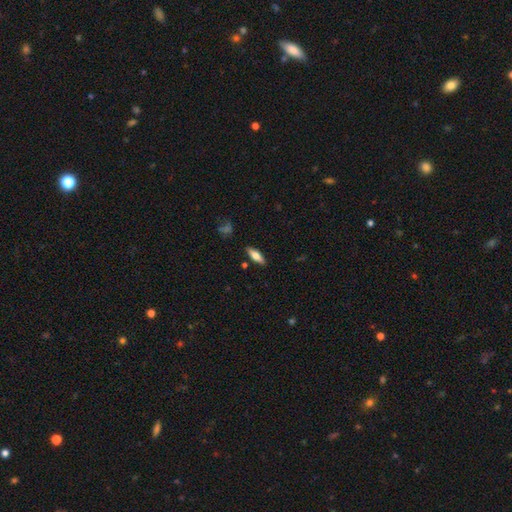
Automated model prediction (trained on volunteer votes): Smooth or featured?
  - smooth: 59% *
  - featured or disk: 34%
  - star or artifact: 6%
How rounded?
  - in between: 53% *
  - cigar-shaped: 45%
  - round: 2%
Merging?
  - none: 88% *
  - minor disturbance: 9%
  - major disturbance: 2%
  - merger: 2%